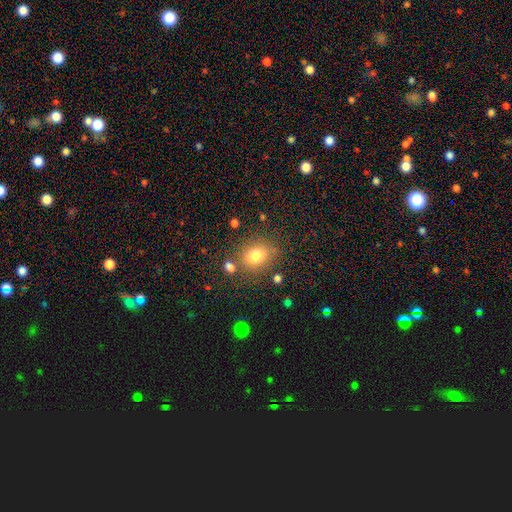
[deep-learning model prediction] Smooth or featured? smooth (79%)
How rounded? round (56%)
Merging? none (75%)